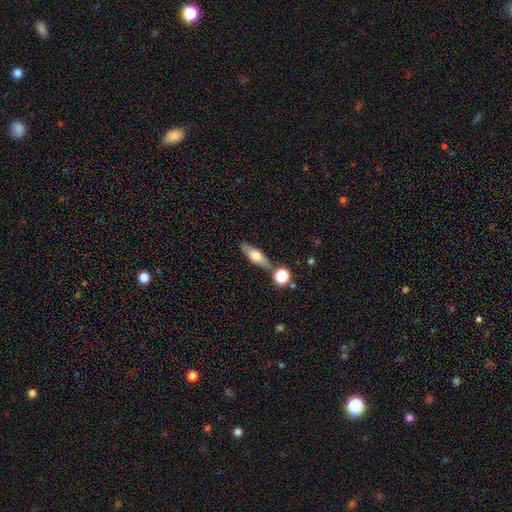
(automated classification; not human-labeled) Overall: smooth (60%; featured or disk 33%). How rounded: in between (51%; cigar-shaped 45%). Merging: none (73%).